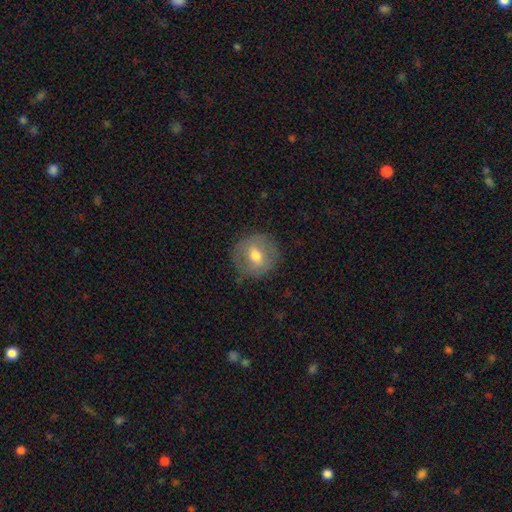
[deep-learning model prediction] Q: Smooth or featured?
A: smooth (59%); runner-up: featured or disk (33%)
Q: How rounded?
A: round (89%); runner-up: in between (10%)
Q: Merging?
A: none (79%); runner-up: minor disturbance (15%)